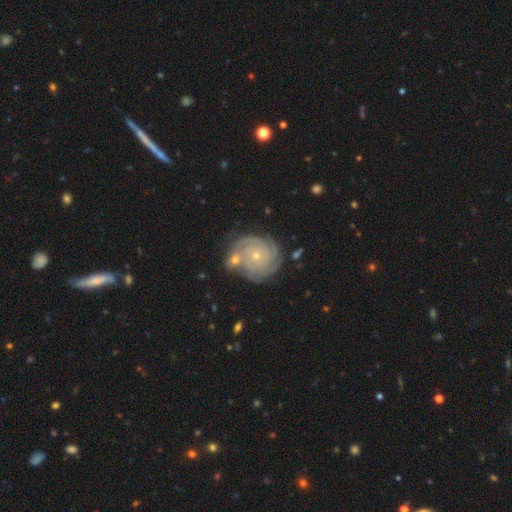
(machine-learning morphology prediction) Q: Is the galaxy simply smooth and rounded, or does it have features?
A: featured or disk — 87%.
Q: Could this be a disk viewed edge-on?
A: no — 98%.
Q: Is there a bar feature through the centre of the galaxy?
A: no — 82%.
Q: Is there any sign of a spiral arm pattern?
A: yes — 98%.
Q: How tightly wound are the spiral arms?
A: tight — 86%.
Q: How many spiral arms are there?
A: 3 — 27%.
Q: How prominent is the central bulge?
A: small — 75%.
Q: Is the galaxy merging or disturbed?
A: none — 68%.